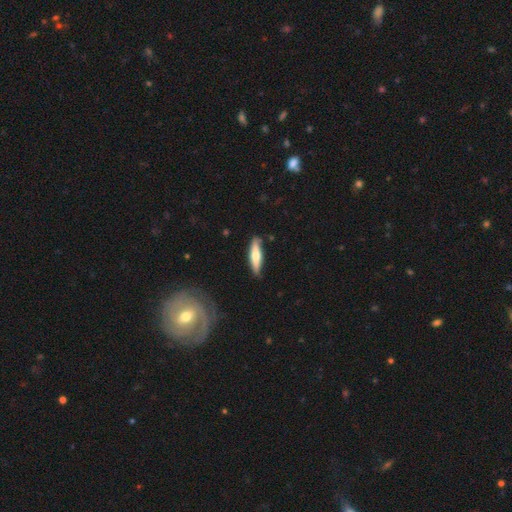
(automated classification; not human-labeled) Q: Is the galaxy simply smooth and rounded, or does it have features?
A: smooth — 60%.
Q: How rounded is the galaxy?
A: cigar-shaped — 73%.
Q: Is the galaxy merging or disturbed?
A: none — 80%.